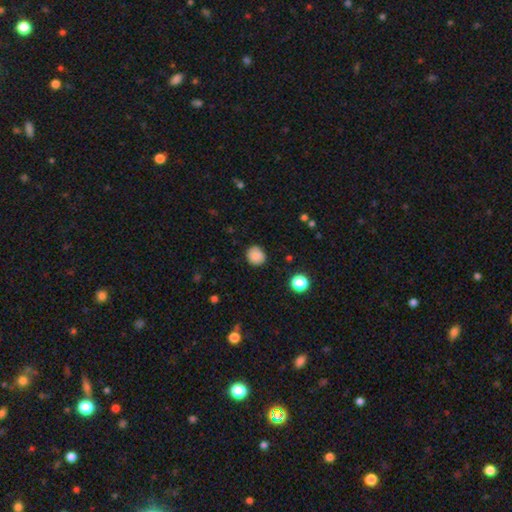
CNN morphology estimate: smooth-or-featured: smooth: 84% | star or artifact: 11% | featured or disk: 5%
  how-rounded: round: 82% | in between: 17% | cigar-shaped: 1%
  merging: none: 82% | minor disturbance: 14% | major disturbance: 3% | merger: 2%